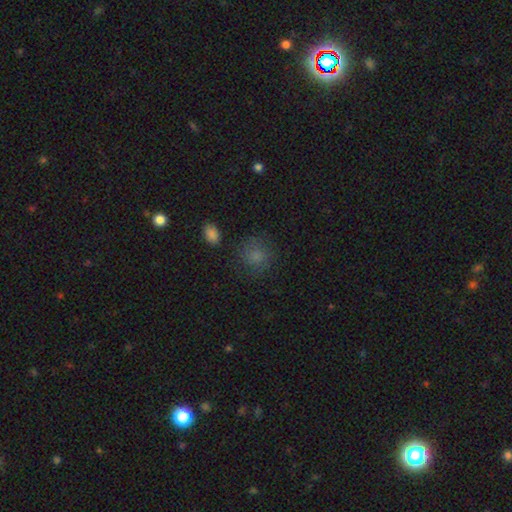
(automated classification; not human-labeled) This is likely a smooth galaxy (79%). How rounded: clearly round (84%). Merging: likely none (76%).